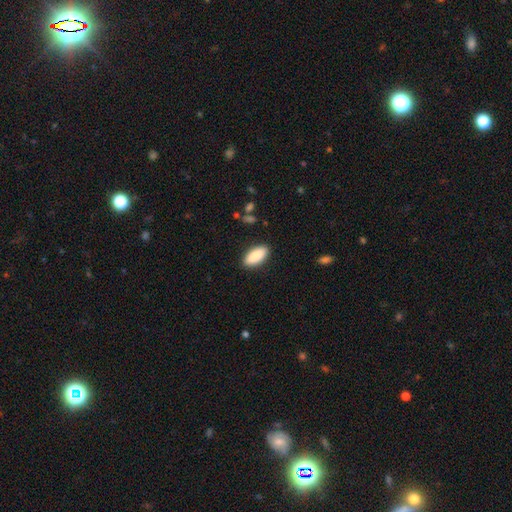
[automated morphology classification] A smooth galaxy with no disk features (89%) that is in between round and cigar-shaped (86%). Merging: none (89%).